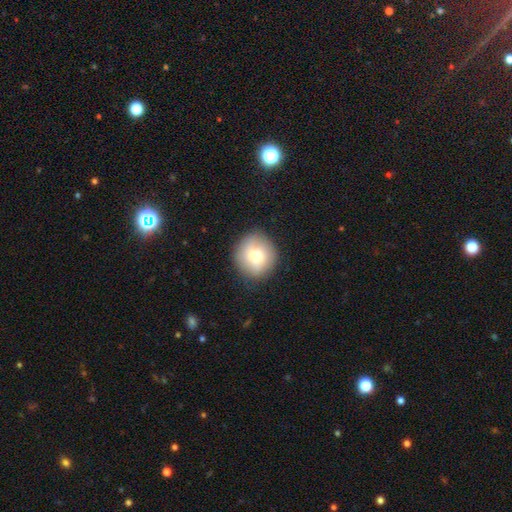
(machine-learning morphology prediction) Smooth or featured? smooth (74%)
How rounded? round (91%)
Merging? none (87%)